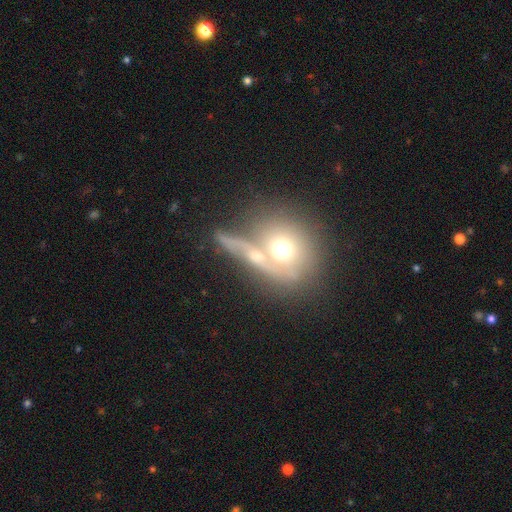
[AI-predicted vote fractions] A smooth galaxy with no disk features (54%) that is round (78%). Merging: merger (42%).